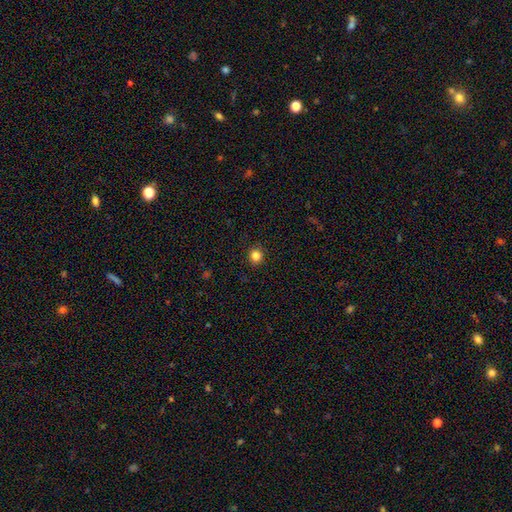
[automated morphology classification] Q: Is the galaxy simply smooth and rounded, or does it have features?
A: smooth — 83%.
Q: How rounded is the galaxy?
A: round — 89%.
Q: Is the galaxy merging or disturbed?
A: none — 91%.